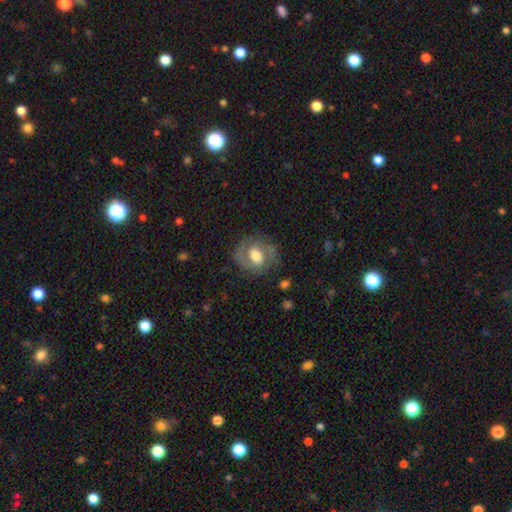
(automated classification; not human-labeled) A featured or disk galaxy (56%) with no bar (45%), spiral arms (66%) and a moderate central bulge (49%). Merging: none (70%).